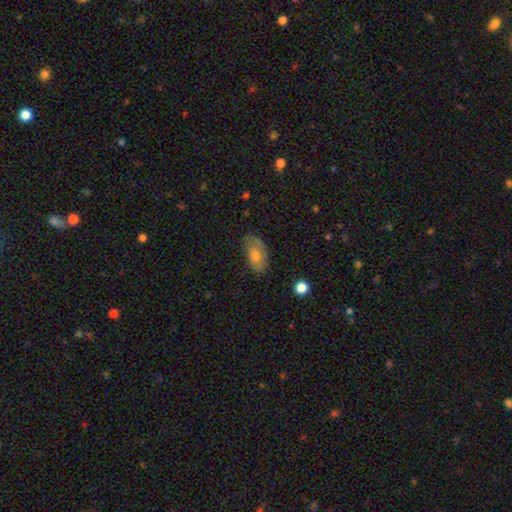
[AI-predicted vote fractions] A smooth galaxy with no disk features (65%) that is in between round and cigar-shaped (91%). Merging: none (61%).